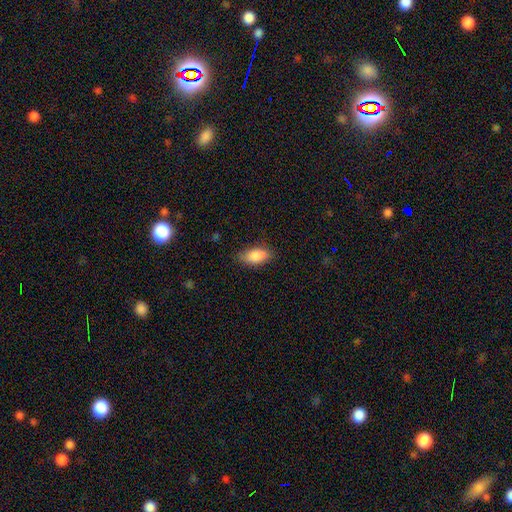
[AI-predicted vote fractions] Q: Smooth or featured?
A: smooth (86%); runner-up: featured or disk (8%)
Q: How rounded?
A: in between (88%); runner-up: cigar-shaped (9%)
Q: Merging?
A: none (81%); runner-up: minor disturbance (15%)